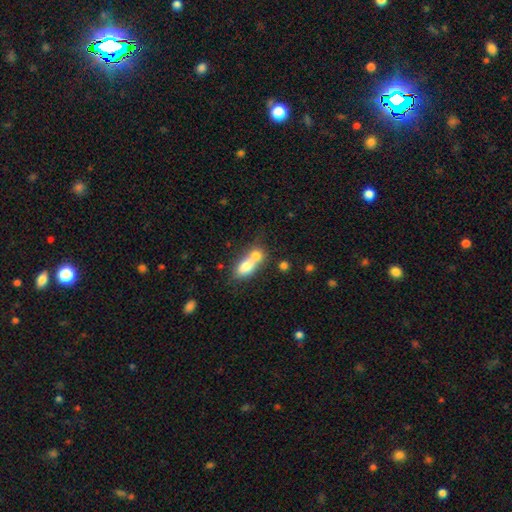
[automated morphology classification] smooth_or_featured: smooth (p=0.74) [alt: featured or disk p=0.17]
how_rounded: in between (p=0.73) [alt: cigar-shaped p=0.14]
merging: merger (p=0.63) [alt: none p=0.24]